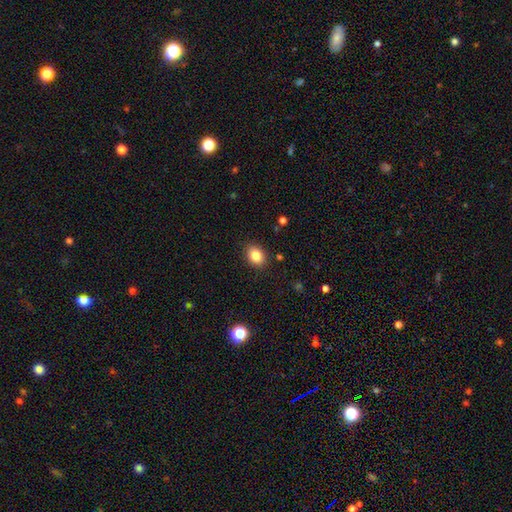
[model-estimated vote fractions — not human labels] A smooth galaxy with no disk features (85%) that is in between round and cigar-shaped (63%). Merging: none (87%).